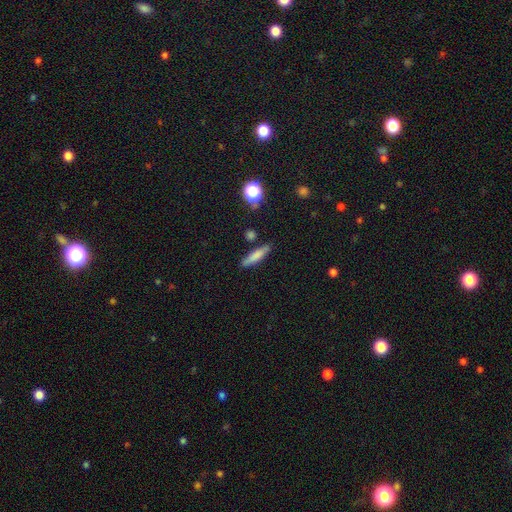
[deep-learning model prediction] Smooth or featured? smooth (74%)
How rounded? cigar-shaped (82%)
Merging? none (82%)